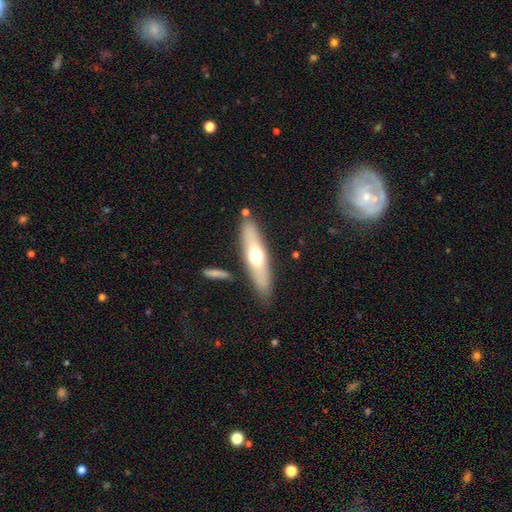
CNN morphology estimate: Q: Smooth or featured?
A: smooth (53%); runner-up: featured or disk (42%)
Q: How rounded?
A: cigar-shaped (70%); runner-up: in between (28%)
Q: Merging?
A: none (82%); runner-up: minor disturbance (10%)